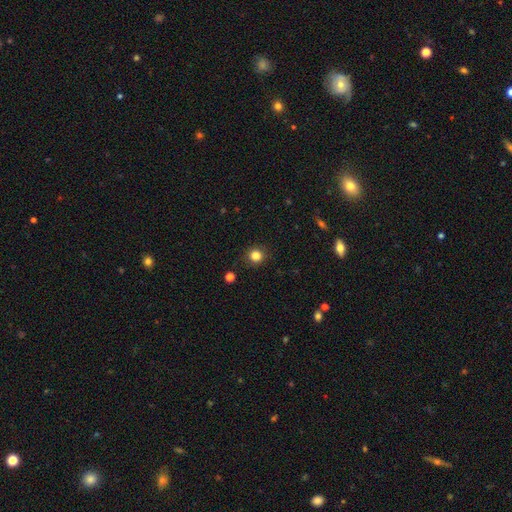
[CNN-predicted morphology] This appears to be a smooth galaxy with no disk features (83%) that is round (92%). Merging: none (90%).